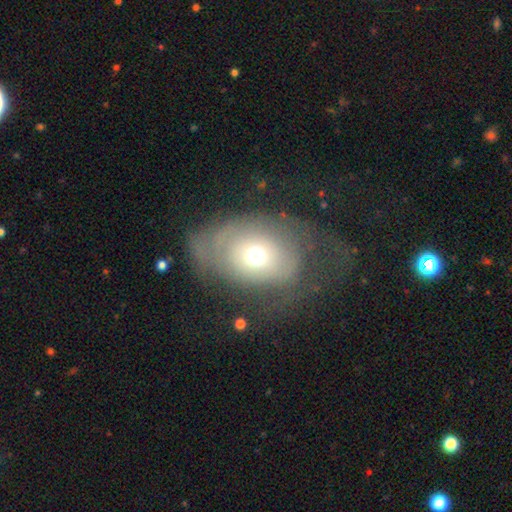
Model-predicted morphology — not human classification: A smooth galaxy with no disk features (51%) that is in between round and cigar-shaped (62%).

Vote fractions:
- Smooth or featured? smooth: 51% / featured or disk: 39% / star or artifact: 11%
- How rounded? in between: 62% / round: 37% / cigar-shaped: 1%
- Merging? major disturbance: 38% / none: 36% / minor disturbance: 24% / merger: 2%